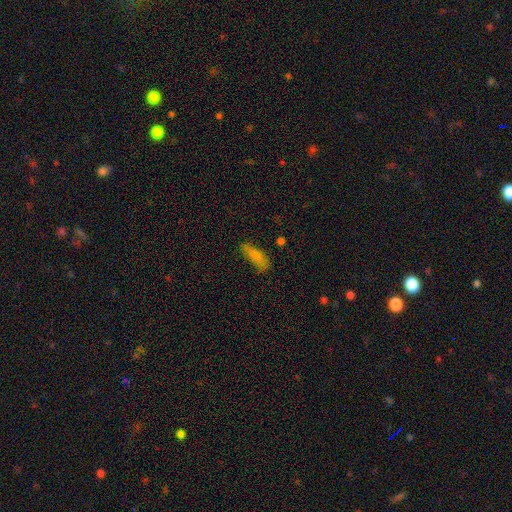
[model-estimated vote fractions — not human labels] Smooth or featured? Predicted: smooth (p=0.78). How rounded? Predicted: in between (p=0.56). Merging? Predicted: none (p=0.66).